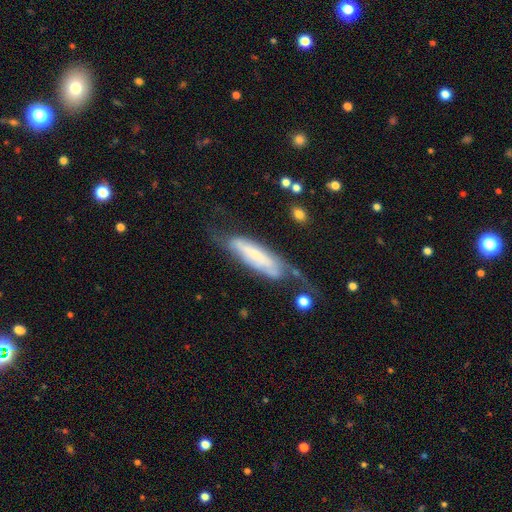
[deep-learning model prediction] Smooth or featured? Predicted: featured or disk (p=0.61). Edge-on disk? Predicted: no (p=0.65). Merging? Predicted: none (p=0.42).